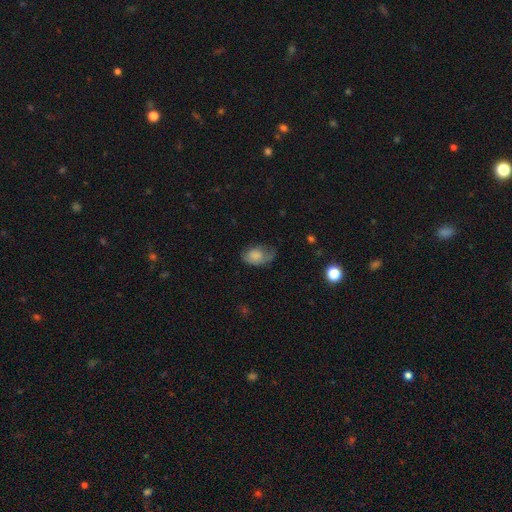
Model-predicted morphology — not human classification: Smooth or featured?
  - smooth: 70% *
  - featured or disk: 21%
  - star or artifact: 9%
How rounded?
  - in between: 86% *
  - round: 13%
  - cigar-shaped: 1%
Merging?
  - none: 42% *
  - minor disturbance: 36%
  - major disturbance: 21%
  - merger: 2%